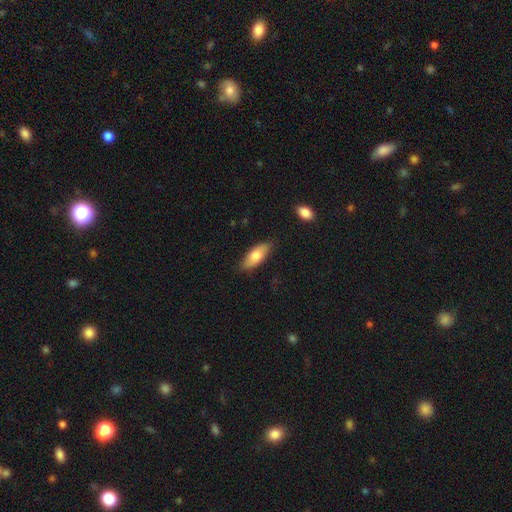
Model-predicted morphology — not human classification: This is likely a smooth galaxy (74%). How rounded: likely in between (79%). Merging: clearly none (83%).